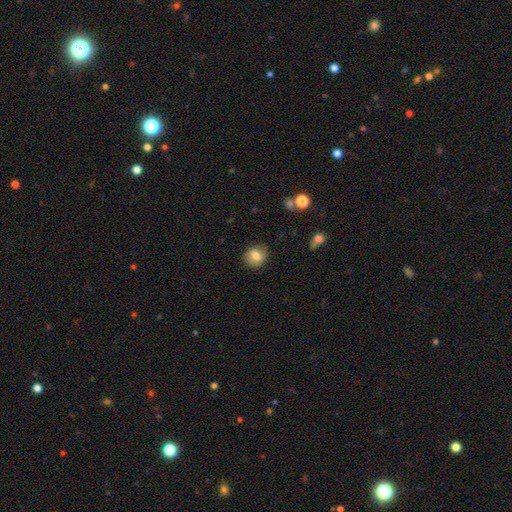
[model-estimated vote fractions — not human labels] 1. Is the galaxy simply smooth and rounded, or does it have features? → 73% smooth, 18% featured or disk, 9% star or artifact.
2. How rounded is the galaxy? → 72% round, 27% in between, 1% cigar-shaped.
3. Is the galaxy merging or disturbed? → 78% none, 16% minor disturbance, 4% major disturbance, 1% merger.